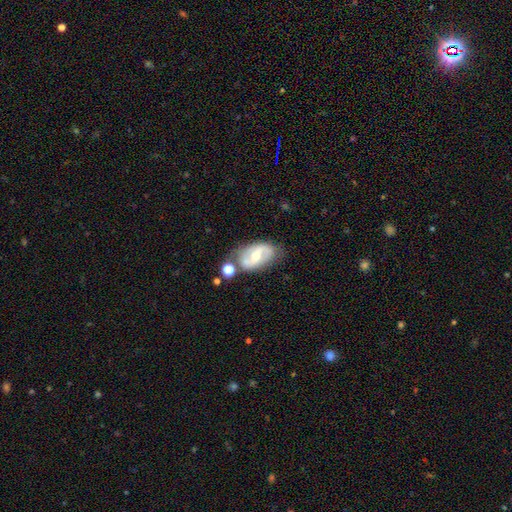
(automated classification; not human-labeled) smooth-or-featured: featured or disk: 70% | smooth: 23% | star or artifact: 7%
  disk-edge-on: no: 94% | yes: 6%
    bar: strong: 40% | weak: 39% | no: 21%
    has-spiral-arms: yes: 70% | no: 30%
    bulge-size: moderate: 59% | small: 35% | large: 4% | none: 2% | dominant: 1%
  merging: none: 60% | minor disturbance: 21% | merger: 11% | major disturbance: 8%